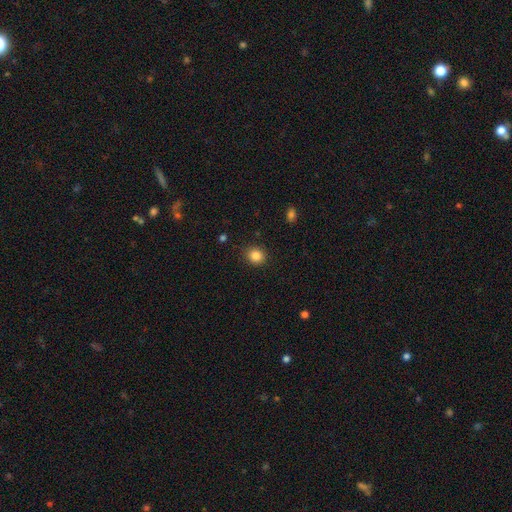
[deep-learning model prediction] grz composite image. It shows a smooth galaxy with no disk features (85%) that is round (78%). Merging: none (89%).